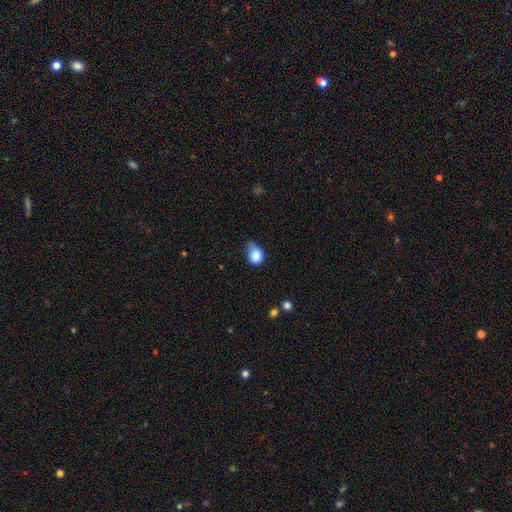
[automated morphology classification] Smooth or featured? Predicted: smooth (p=0.82). How rounded? Predicted: round (p=0.56). Merging? Predicted: minor disturbance (p=0.49).